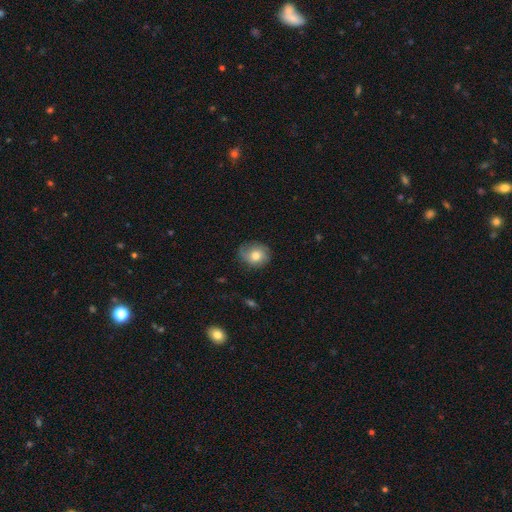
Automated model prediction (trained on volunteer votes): This is likely a smooth galaxy (69%). How rounded: likely round (67%). Merging: likely none (67%).